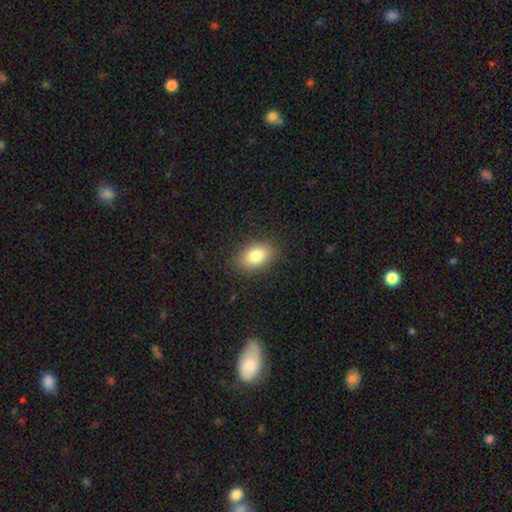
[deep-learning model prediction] A smooth galaxy with no disk features (82%) that is in between round and cigar-shaped (87%). Merging: none (86%).